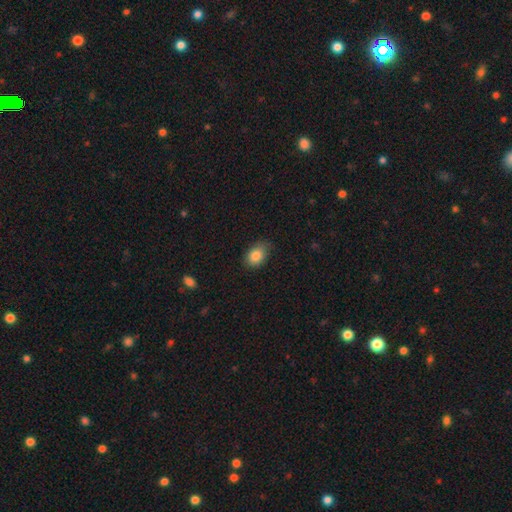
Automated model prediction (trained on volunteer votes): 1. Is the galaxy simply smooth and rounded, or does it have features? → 85% smooth, 8% star or artifact, 7% featured or disk.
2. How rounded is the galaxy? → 74% in between, 24% round, 1% cigar-shaped.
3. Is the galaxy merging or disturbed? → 71% none, 24% minor disturbance, 4% major disturbance, 1% merger.